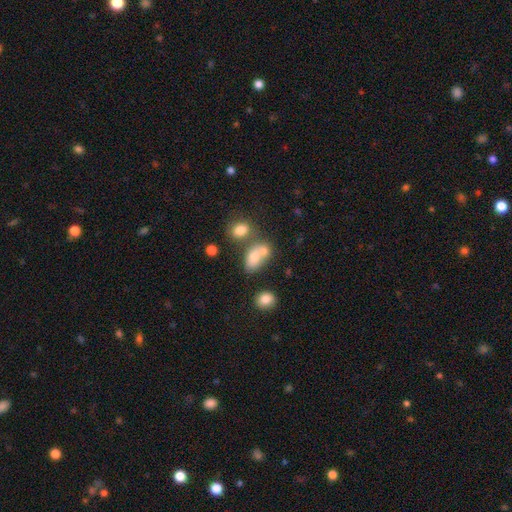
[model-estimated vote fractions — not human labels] This appears to be a smooth galaxy with no disk features (75%) that is in between round and cigar-shaped (80%). Merging: merger (51%).